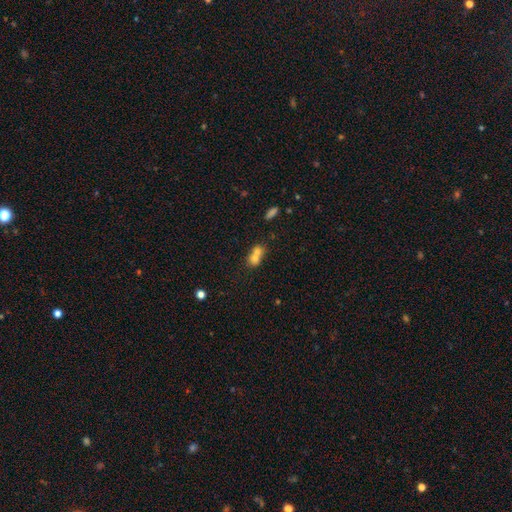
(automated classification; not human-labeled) A smooth galaxy with no disk features (70%) that is round (58%). Merging: merger (69%).